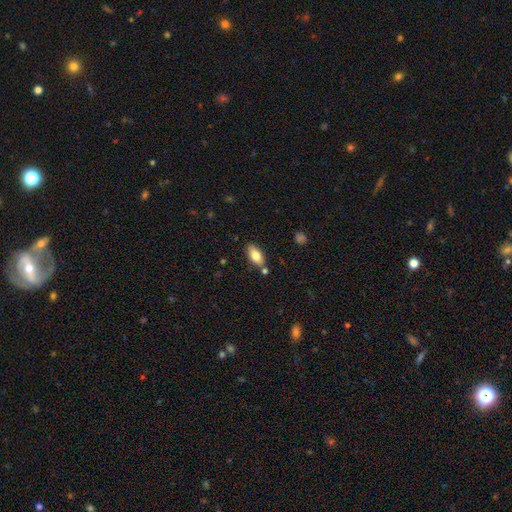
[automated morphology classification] A smooth galaxy with no disk features (78%) that is in between round and cigar-shaped (89%).

Vote fractions:
- Smooth or featured? smooth: 78% / featured or disk: 15% / star or artifact: 7%
- How rounded? in between: 89% / cigar-shaped: 9% / round: 3%
- Merging? none: 78% / minor disturbance: 13% / merger: 7% / major disturbance: 3%